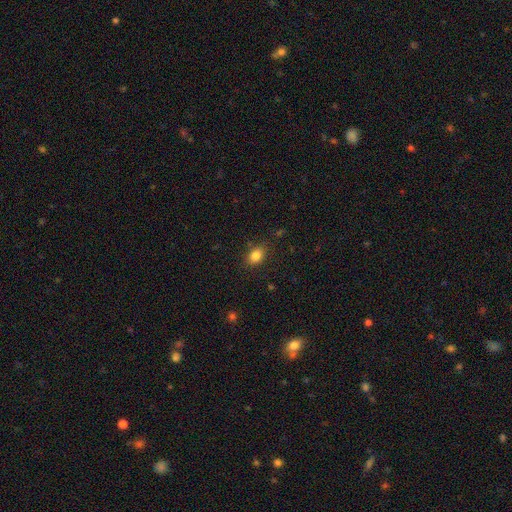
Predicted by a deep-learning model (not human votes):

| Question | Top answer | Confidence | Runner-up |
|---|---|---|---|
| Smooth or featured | smooth | 84% | star or artifact (10%) |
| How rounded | in between | 73% | round (25%) |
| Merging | none | 84% | minor disturbance (12%) |